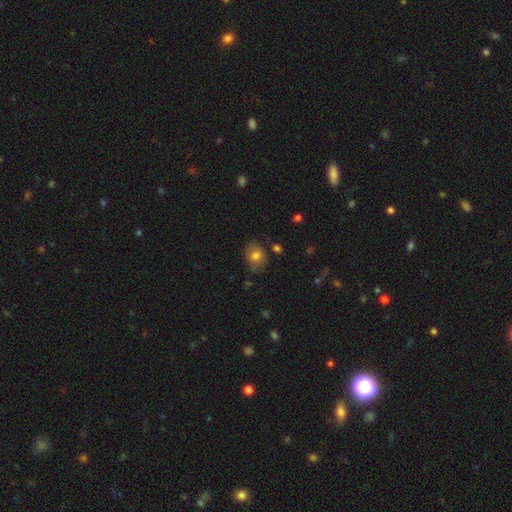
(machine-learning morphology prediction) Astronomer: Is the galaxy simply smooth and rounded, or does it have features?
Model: smooth — 77%.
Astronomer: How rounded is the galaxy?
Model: round — 52% (runner-up: in between, 47%).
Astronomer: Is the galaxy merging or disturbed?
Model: none — 74%.